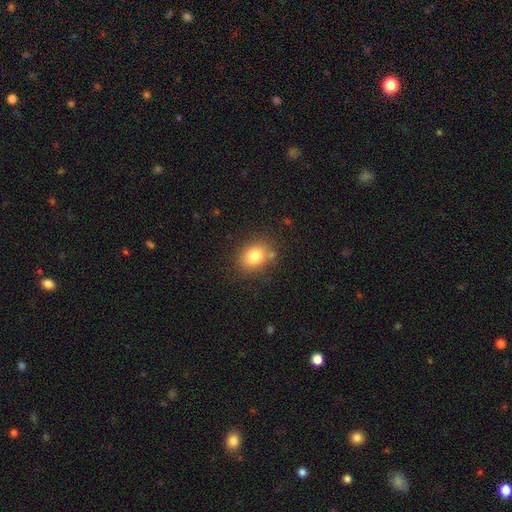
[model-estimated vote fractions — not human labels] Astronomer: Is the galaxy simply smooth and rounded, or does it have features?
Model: smooth — 80%.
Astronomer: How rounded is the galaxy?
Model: in between — 51% (runner-up: round, 48%).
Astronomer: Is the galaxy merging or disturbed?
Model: none — 78%.